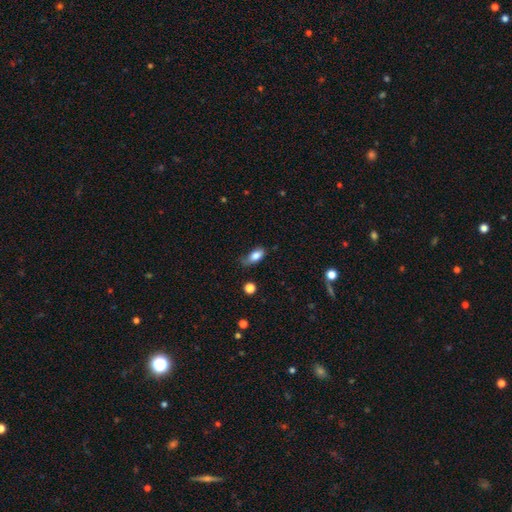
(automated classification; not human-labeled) Smooth or featured? smooth (81%)
How rounded? in between (84%)
Merging? none (44%)